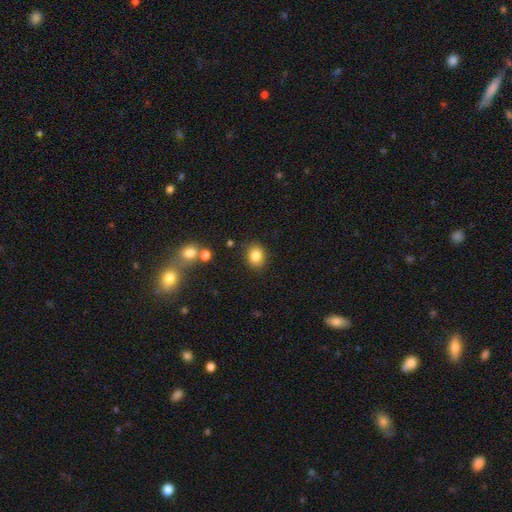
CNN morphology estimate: Smooth or featured? Predicted: smooth (p=0.83). How rounded? Predicted: round (p=0.54). Merging? Predicted: none (p=0.84).